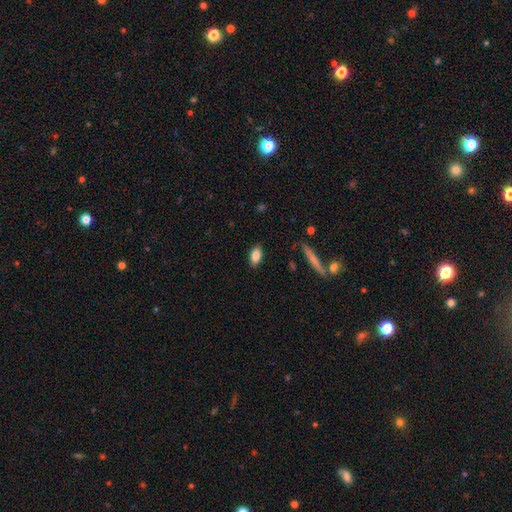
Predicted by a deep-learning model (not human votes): Morphology: type=smooth (84%); roundness=in between (88%); merging=none (86%).